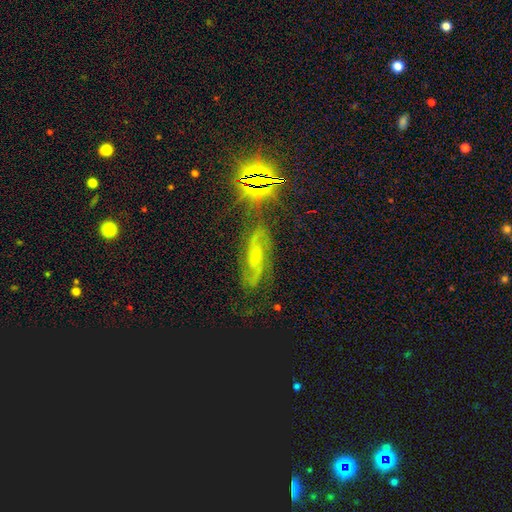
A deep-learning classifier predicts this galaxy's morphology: This appears to be a featured or disk galaxy (68%) with a weak bar (45%), 2 (78%) medium (48%) spiral arms (95%) and a small central bulge (51%). Merging: none (68%).